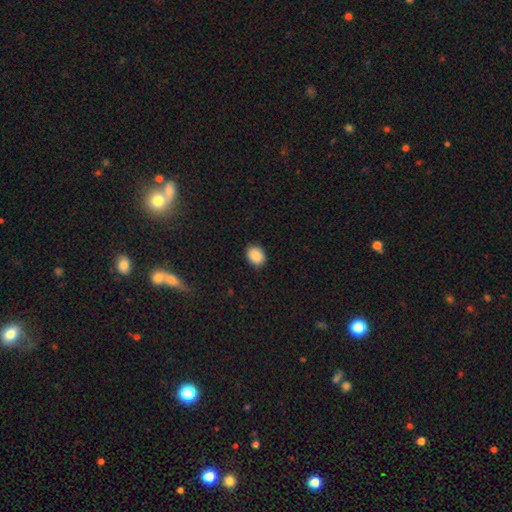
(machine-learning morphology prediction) This appears to be a smooth galaxy with no disk features (88%) that is in between round and cigar-shaped (53%). Merging: none (90%).